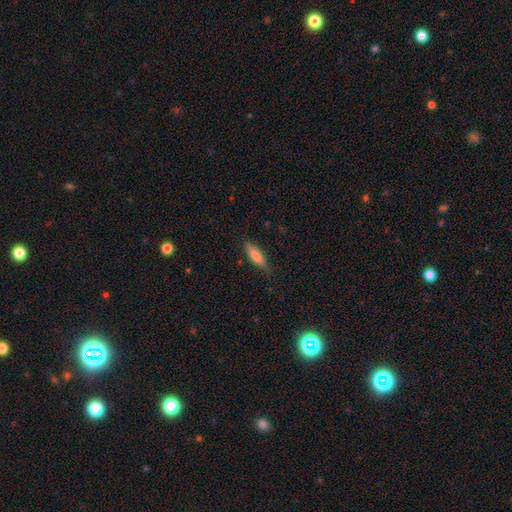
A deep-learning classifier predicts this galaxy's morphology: Q: Smooth or featured?
A: smooth (67%); runner-up: featured or disk (26%)
Q: How rounded?
A: cigar-shaped (66%); runner-up: in between (32%)
Q: Merging?
A: none (83%); runner-up: minor disturbance (14%)